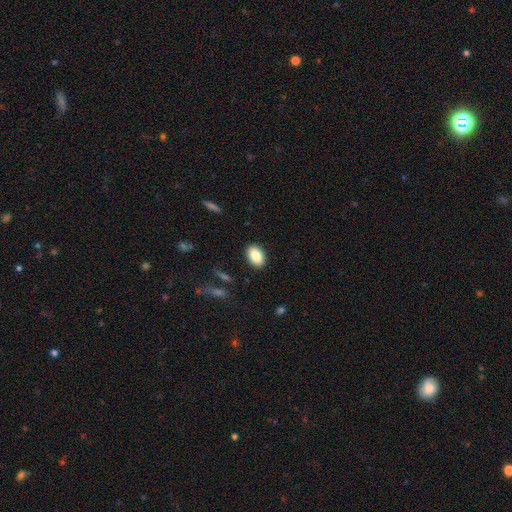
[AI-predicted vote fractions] This is clearly a smooth galaxy (85%). How rounded: clearly in between (88%). Merging: clearly none (89%).